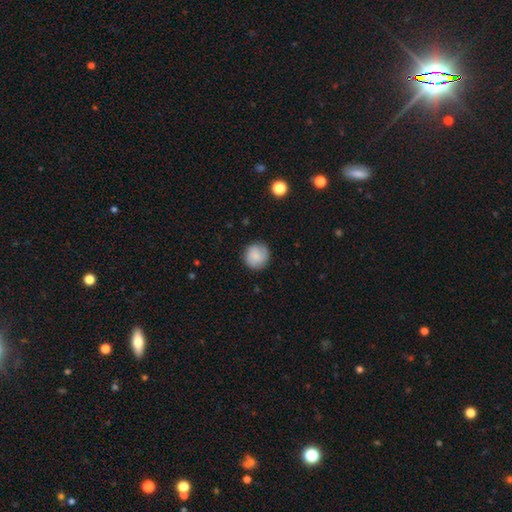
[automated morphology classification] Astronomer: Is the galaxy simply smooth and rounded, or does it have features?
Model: smooth — 80%.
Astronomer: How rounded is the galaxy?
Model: round — 92%.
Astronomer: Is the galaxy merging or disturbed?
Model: none — 84%.